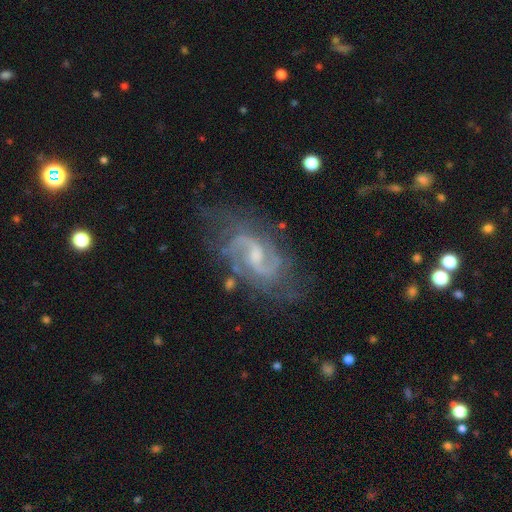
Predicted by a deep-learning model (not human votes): Morphology: type=featured or disk (90%); edge-on=no (97%); bar=weak (60%); spiral arms=yes (97%); winding=medium (55%); arm count=2 (87%); bulge=small (48%); merging=none (69%).